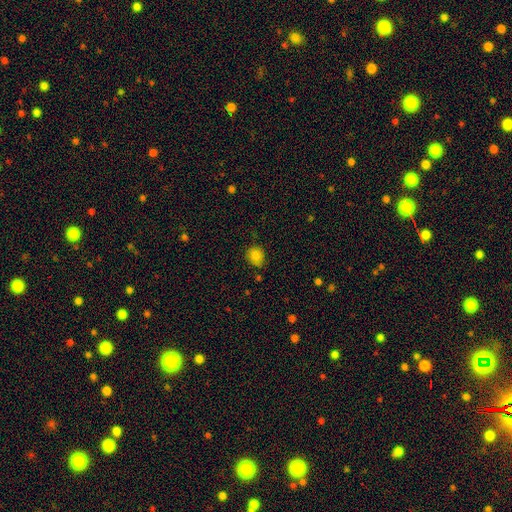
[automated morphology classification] Overall: smooth (84%). How rounded: round (75%). Merging: none (74%).